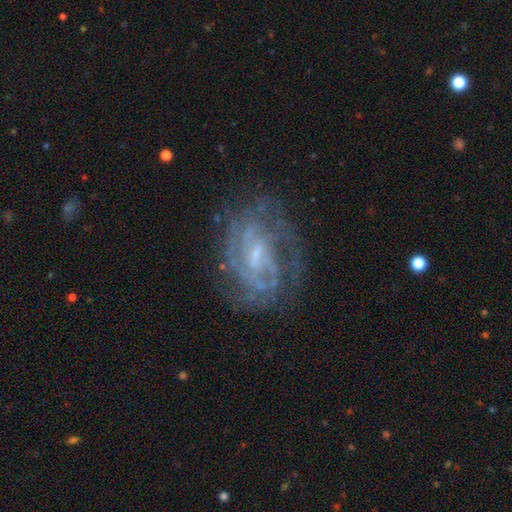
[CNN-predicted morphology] Q: Smooth or featured?
A: featured or disk (83%); runner-up: smooth (9%)
Q: Edge-on disk?
A: no (97%); runner-up: yes (3%)
Q: Bar?
A: weak (54%); runner-up: no (29%)
Q: Spiral arms?
A: yes (87%); runner-up: no (13%)
Q: Spiral winding?
A: tight (54%); runner-up: medium (36%)
Q: Spiral arm count?
A: can't tell (42%); runner-up: 2 (26%)
Q: Bulge size?
A: small (55%); runner-up: moderate (24%)
Q: Merging?
A: none (68%); runner-up: minor disturbance (18%)